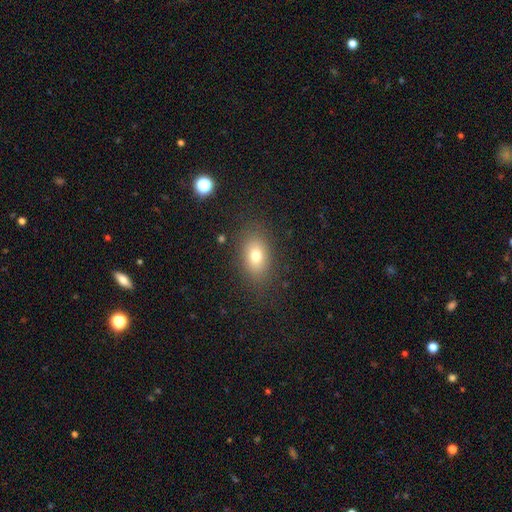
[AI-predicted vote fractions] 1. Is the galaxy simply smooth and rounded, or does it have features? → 75% smooth, 14% featured or disk, 11% star or artifact.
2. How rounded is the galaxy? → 83% in between, 14% round, 3% cigar-shaped.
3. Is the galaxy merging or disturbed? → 83% none, 11% minor disturbance, 4% major disturbance, 1% merger.